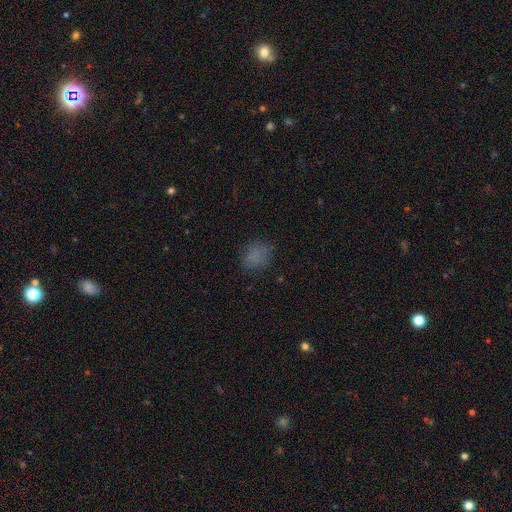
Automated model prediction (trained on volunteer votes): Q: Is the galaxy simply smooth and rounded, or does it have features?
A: smooth — 75%.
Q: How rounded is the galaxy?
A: round — 61%.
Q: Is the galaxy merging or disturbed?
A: none — 73%.